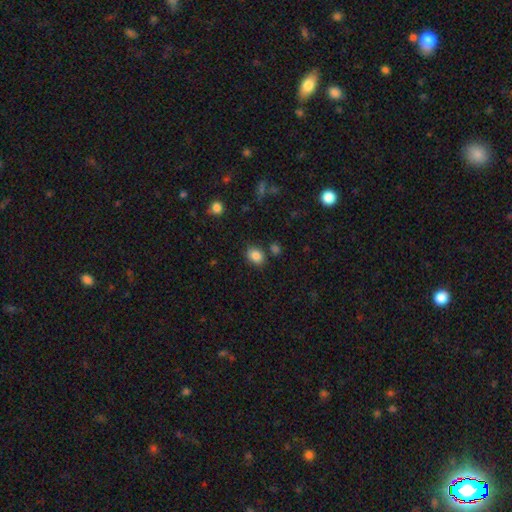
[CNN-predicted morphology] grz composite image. It shows a smooth galaxy with no disk features (85%) that is in between round and cigar-shaped (51%). Merging: none (77%).